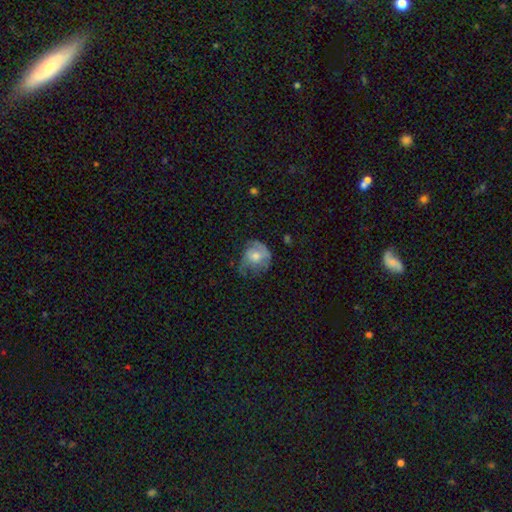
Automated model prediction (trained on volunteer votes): Smooth or featured: smooth — 48% (featured or disk — 44%)
Merging: none — 44% (minor disturbance — 31%)